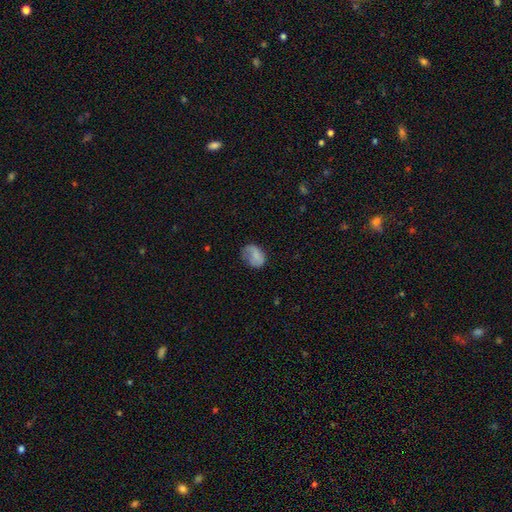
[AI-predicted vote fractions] smooth_or_featured: smooth (p=0.74) [alt: featured or disk p=0.17]
how_rounded: in between (p=0.69) [alt: round p=0.30]
merging: none (p=0.48) [alt: minor disturbance p=0.33]